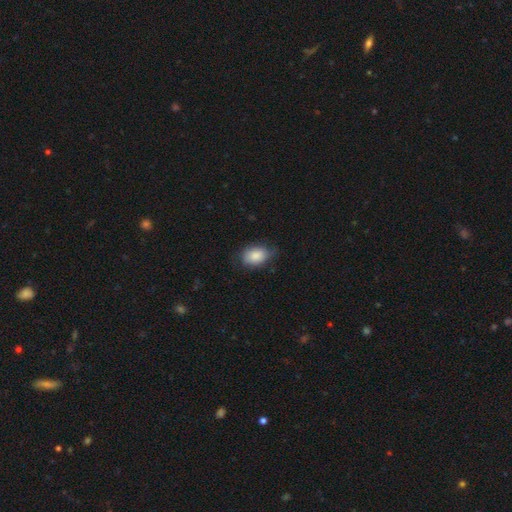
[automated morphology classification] smooth 84%, featured or disk 9%, star or artifact 7%. Down the decision tree: how rounded — in between (78%); merging — none (64%).